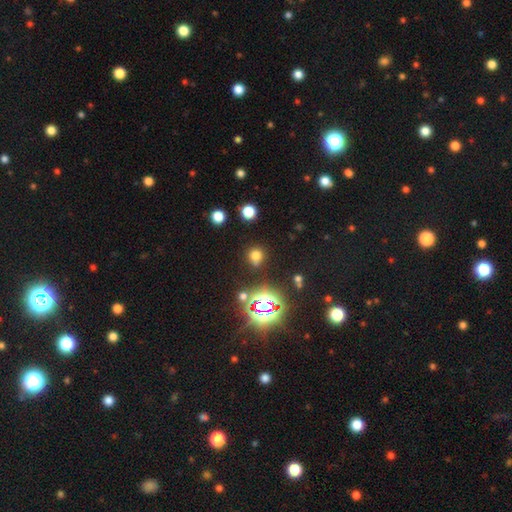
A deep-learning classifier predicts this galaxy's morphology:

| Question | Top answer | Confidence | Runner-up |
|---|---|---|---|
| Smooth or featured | smooth | 63% | star or artifact (29%) |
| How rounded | round | 87% | in between (12%) |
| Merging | none | 75% | minor disturbance (11%) |